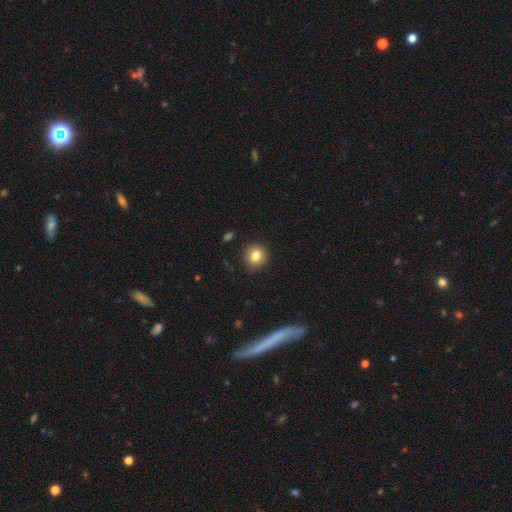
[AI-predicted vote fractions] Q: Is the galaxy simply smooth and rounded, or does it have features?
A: smooth — 82%.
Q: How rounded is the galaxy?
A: round — 88%.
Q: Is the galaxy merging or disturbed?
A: none — 87%.